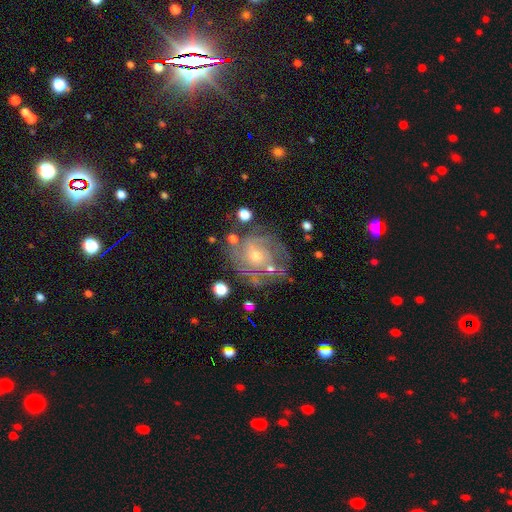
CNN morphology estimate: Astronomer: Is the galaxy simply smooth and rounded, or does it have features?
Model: featured or disk — 75%.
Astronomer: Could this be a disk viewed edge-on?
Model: no — 97%.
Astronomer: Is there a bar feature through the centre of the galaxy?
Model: no — 77%.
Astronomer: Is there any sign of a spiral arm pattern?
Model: yes — 82%.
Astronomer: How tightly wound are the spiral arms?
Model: tight — 63%.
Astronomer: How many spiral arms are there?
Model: can't tell — 50%.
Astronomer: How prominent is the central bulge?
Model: small — 58% (runner-up: moderate, 37%).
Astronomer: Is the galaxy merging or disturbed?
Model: none — 68%.